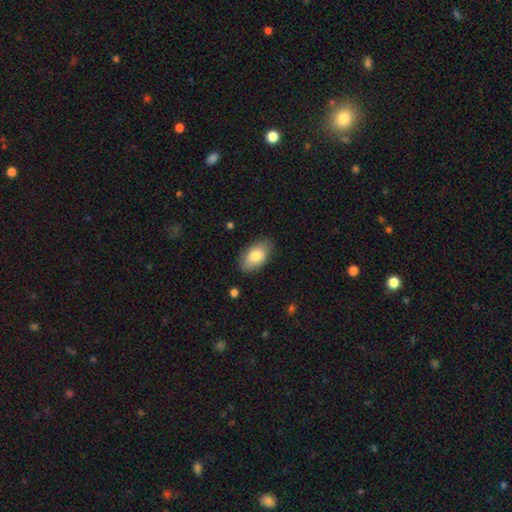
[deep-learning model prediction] Smooth or featured? smooth (83%)
How rounded? in between (94%)
Merging? none (84%)